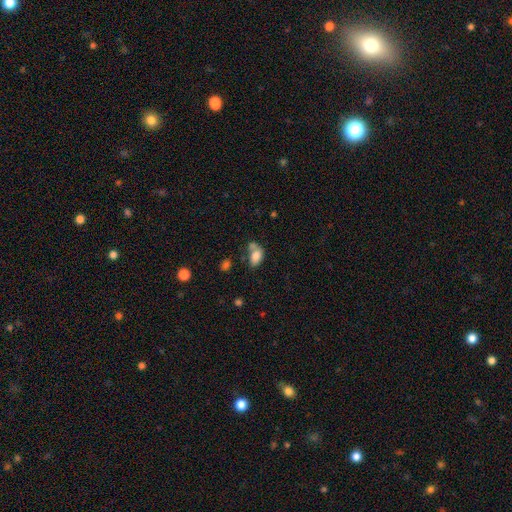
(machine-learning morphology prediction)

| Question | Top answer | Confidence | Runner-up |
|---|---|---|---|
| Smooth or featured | smooth | 79% | featured or disk (12%) |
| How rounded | in between | 89% | round (9%) |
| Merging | none | 36% | merger (33%) |